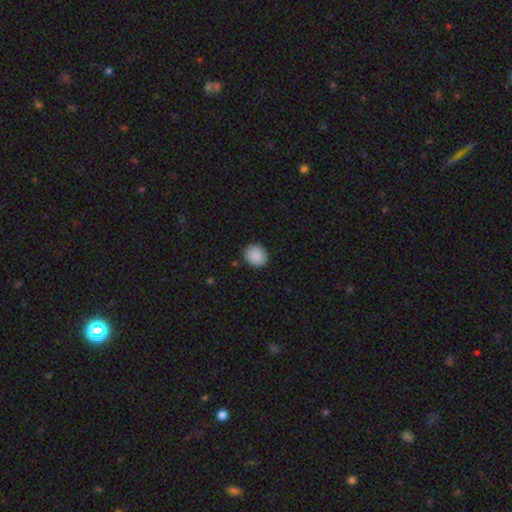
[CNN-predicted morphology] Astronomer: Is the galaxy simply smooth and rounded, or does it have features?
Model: smooth — 89%.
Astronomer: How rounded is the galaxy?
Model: round — 72%.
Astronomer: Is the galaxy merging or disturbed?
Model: none — 88%.